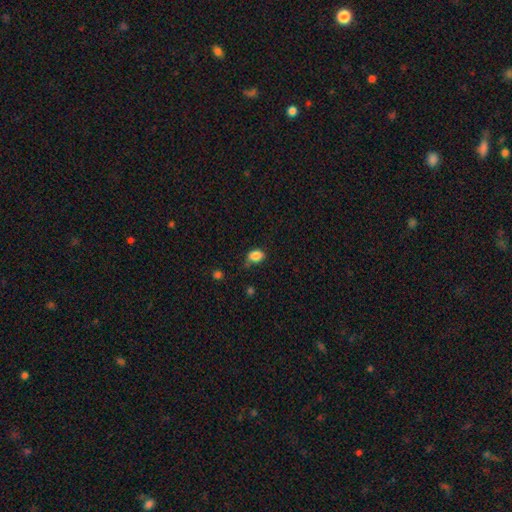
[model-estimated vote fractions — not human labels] Smooth or featured: smooth — 85% (star or artifact — 10%)
How rounded: in between — 64% (round — 35%)
Merging: none — 51% (minor disturbance — 37%)